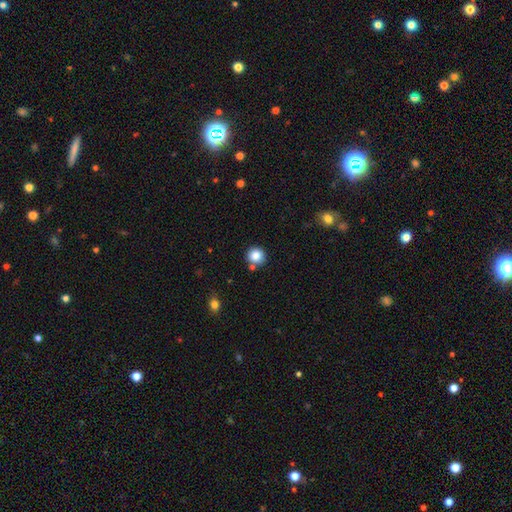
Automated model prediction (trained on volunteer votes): This appears to be a smooth galaxy with no disk features (85%) that is round (92%). Merging: none (80%).